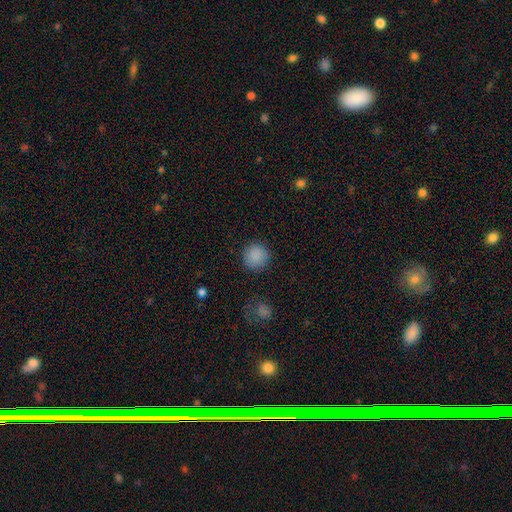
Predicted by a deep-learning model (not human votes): Smooth or featured?
  - smooth: 88% *
  - star or artifact: 9%
  - featured or disk: 3%
How rounded?
  - round: 94% *
  - in between: 6%
  - cigar-shaped: 1%
Merging?
  - none: 89% *
  - minor disturbance: 7%
  - major disturbance: 3%
  - merger: 1%